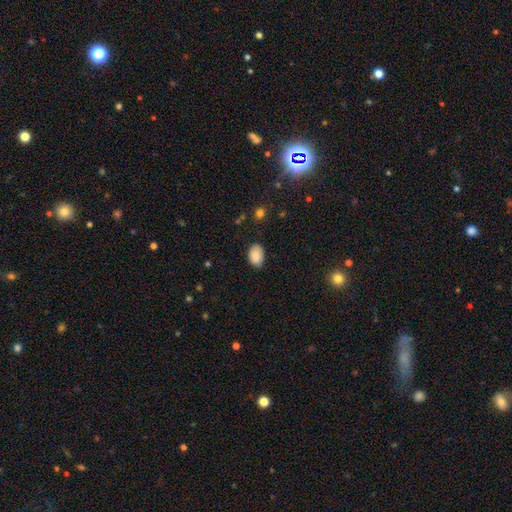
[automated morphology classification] Smooth or featured: smooth — 88% (star or artifact — 7%)
How rounded: in between — 88% (round — 11%)
Merging: none — 83% (minor disturbance — 14%)